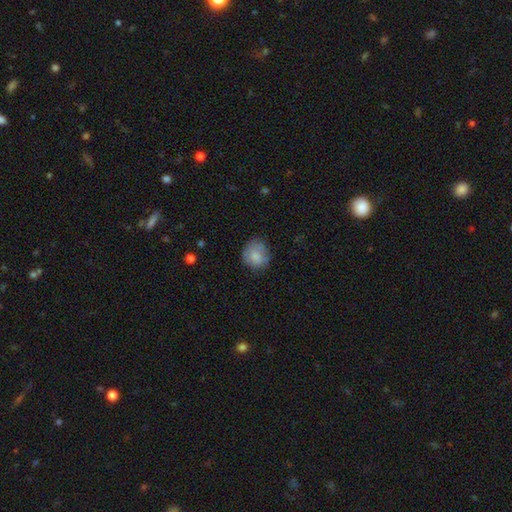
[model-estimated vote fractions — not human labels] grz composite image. It shows a smooth galaxy with no disk features (79%) that is round (73%). Merging: none (66%).